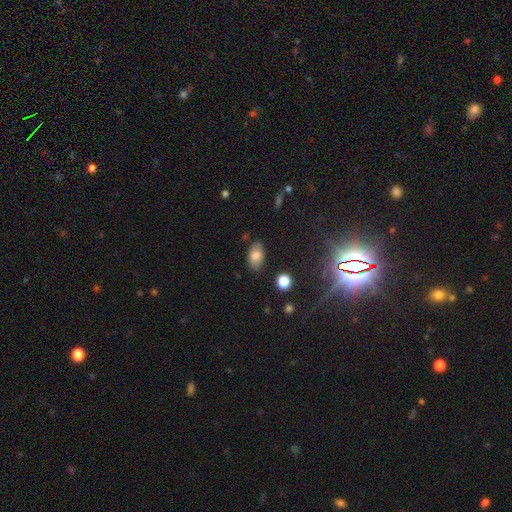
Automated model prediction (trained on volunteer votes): Smooth or featured?
  - smooth: 79% *
  - featured or disk: 11%
  - star or artifact: 10%
How rounded?
  - in between: 92% *
  - round: 6%
  - cigar-shaped: 2%
Merging?
  - none: 76% *
  - minor disturbance: 18%
  - major disturbance: 4%
  - merger: 2%